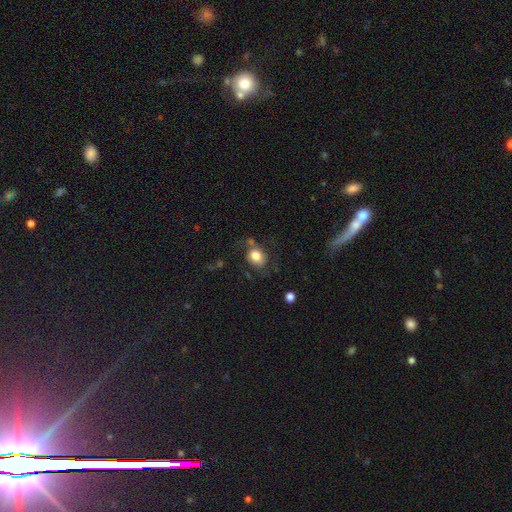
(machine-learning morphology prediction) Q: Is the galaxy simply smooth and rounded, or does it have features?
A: smooth — 78%.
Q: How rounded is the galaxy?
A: round — 56%.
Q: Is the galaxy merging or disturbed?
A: none — 60%.